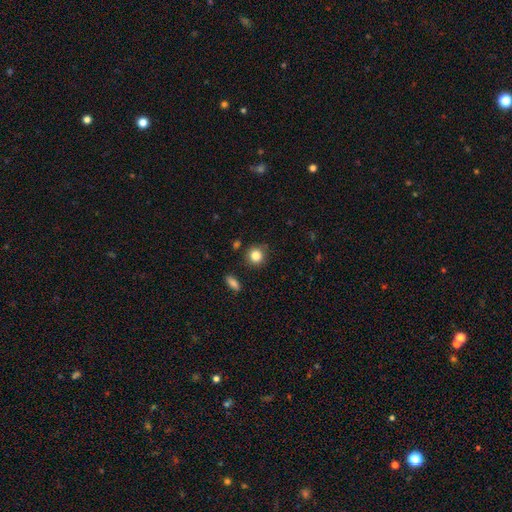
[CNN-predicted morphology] Smooth or featured? smooth (84%)
How rounded? round (87%)
Merging? none (82%)